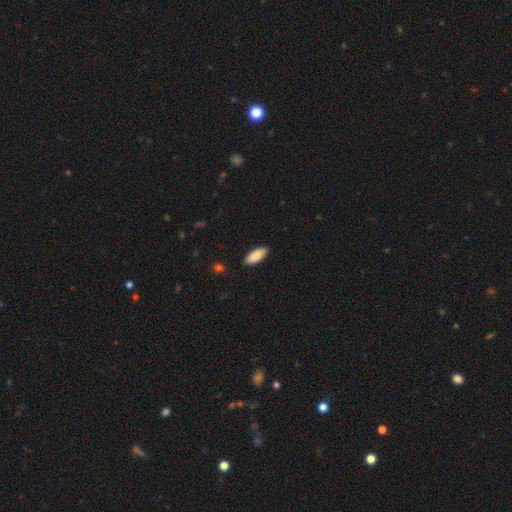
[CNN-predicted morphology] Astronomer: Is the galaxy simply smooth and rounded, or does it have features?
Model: smooth — 89%.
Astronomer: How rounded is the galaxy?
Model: in between — 86%.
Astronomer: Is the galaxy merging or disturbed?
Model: none — 88%.